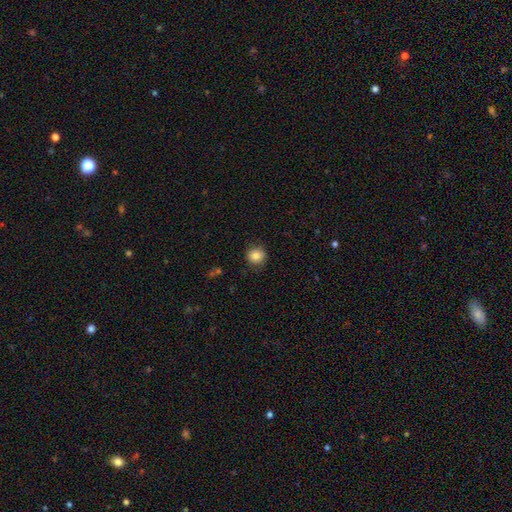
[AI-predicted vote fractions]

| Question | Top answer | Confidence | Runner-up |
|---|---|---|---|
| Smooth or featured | smooth | 84% | star or artifact (10%) |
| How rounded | round | 87% | in between (12%) |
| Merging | none | 84% | minor disturbance (12%) |